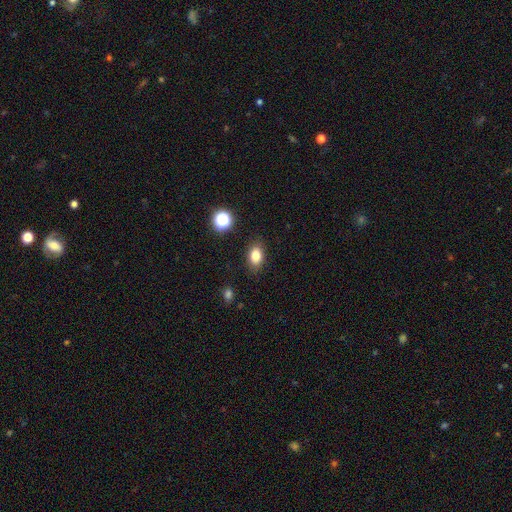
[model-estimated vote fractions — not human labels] This is clearly a smooth galaxy (81%). How rounded: clearly in between (82%). Merging: clearly none (86%).